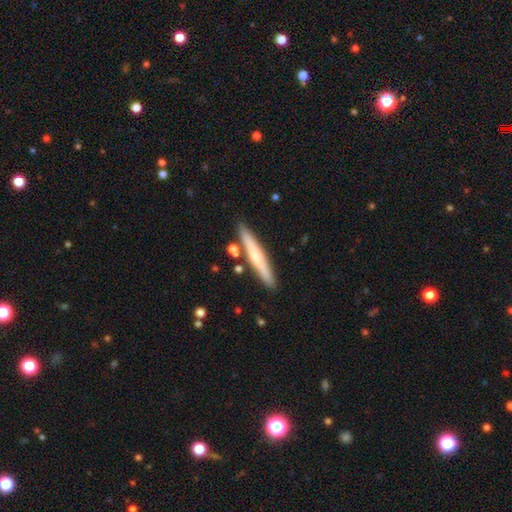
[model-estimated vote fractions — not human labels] Smooth or featured? Predicted: smooth (p=0.55). How rounded? Predicted: cigar-shaped (p=0.95). Merging? Predicted: none (p=0.84).